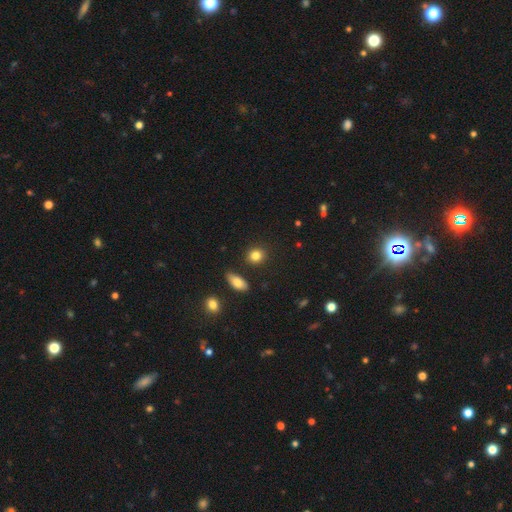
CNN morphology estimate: Smooth or featured? Predicted: smooth (p=0.84). How rounded? Predicted: round (p=0.73). Merging? Predicted: none (p=0.85).